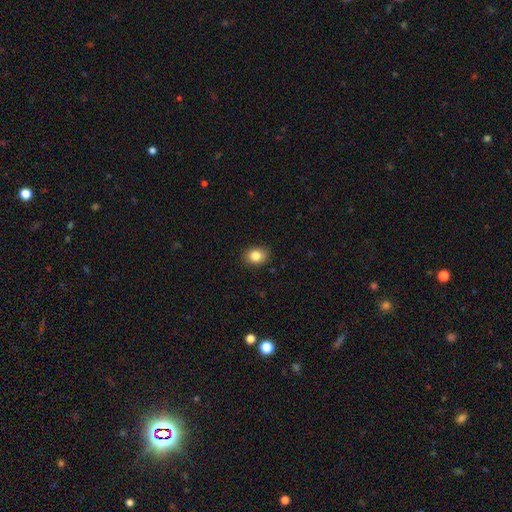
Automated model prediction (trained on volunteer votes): The model was most divided on "how rounded": in between: 52%, round: 47%, cigar-shaped: 1%. More confident: merging — none (87%); smooth or featured — smooth (84%).